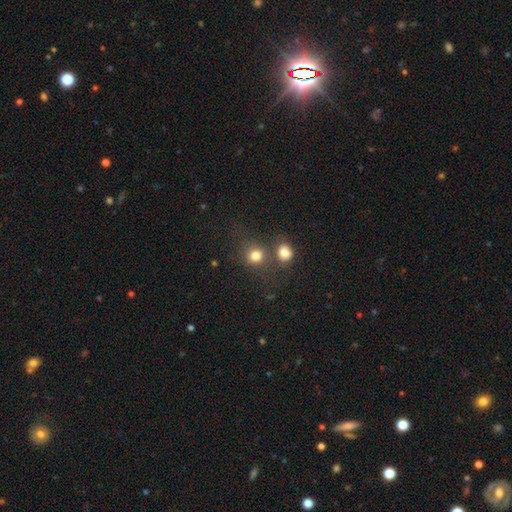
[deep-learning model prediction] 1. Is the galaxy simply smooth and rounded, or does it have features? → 77% smooth, 15% star or artifact, 8% featured or disk.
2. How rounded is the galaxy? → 81% round, 18% in between, 1% cigar-shaped.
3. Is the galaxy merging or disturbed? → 54% none, 30% merger, 10% minor disturbance, 6% major disturbance.